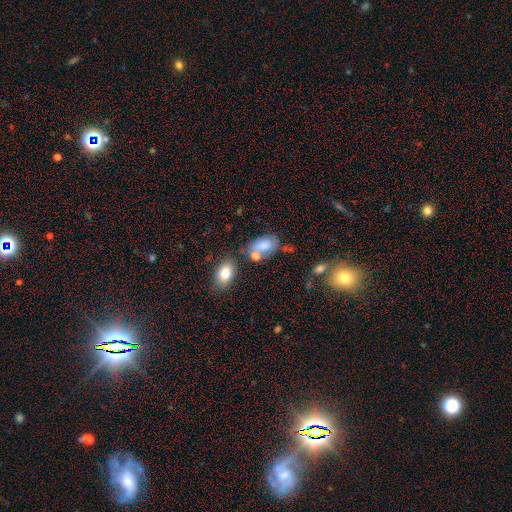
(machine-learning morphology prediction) type=smooth (71%); roundness=in between (89%); merging=none (42%).